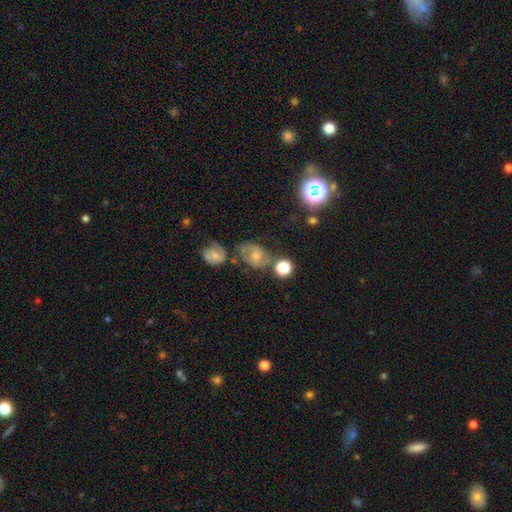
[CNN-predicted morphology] Smooth or featured?
  - featured or disk: 40% *
  - smooth: 39%
  - star or artifact: 21%
Merging?
  - none: 58% *
  - minor disturbance: 20%
  - merger: 13%
  - major disturbance: 9%